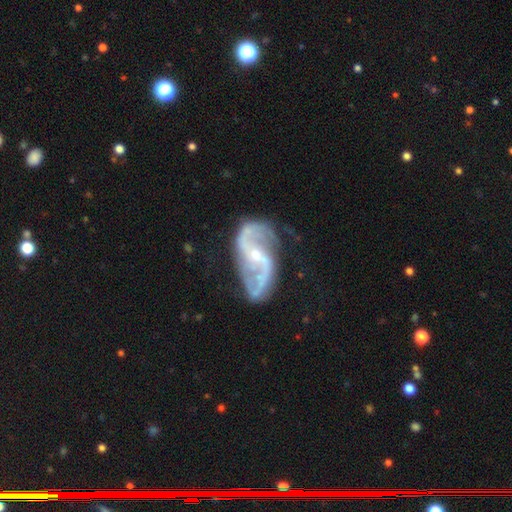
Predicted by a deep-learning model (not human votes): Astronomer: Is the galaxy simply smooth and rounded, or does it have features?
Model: featured or disk — 90%.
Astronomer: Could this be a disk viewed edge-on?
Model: no — 97%.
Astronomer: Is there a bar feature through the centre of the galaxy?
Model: weak — 42% (runner-up: no, 39%).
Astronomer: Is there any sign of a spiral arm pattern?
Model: yes — 97%.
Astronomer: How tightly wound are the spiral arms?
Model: loose — 49% (runner-up: medium, 40%).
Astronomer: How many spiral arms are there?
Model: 2 — 88%.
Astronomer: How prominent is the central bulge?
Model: small — 61%.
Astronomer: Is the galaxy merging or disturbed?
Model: none — 65%.